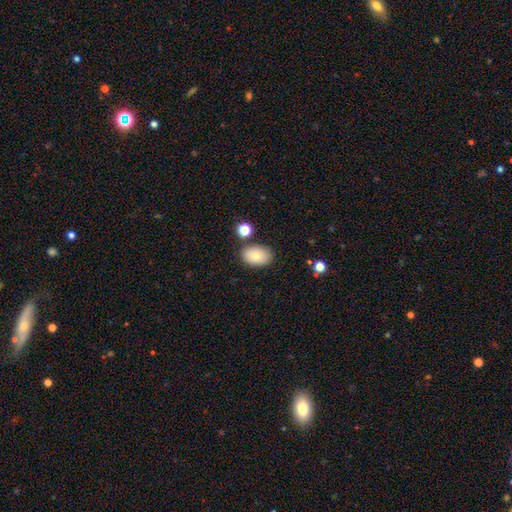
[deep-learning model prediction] smooth 80%, featured or disk 12%, star or artifact 8%. Down the decision tree: how rounded — in between (87%); merging — none (81%).